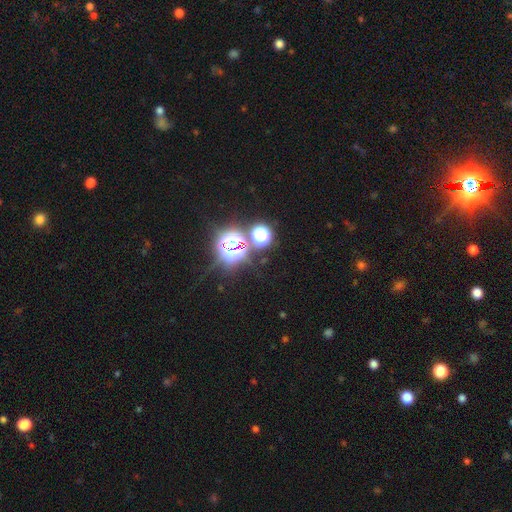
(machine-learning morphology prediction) smooth_or_featured: star or artifact (p=0.80) [alt: smooth p=0.14]